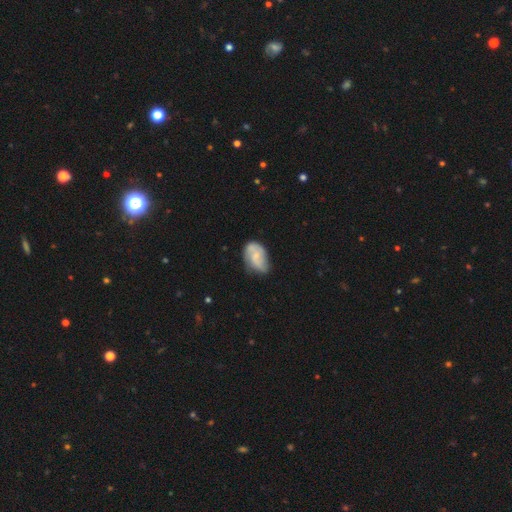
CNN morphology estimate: smooth-or-featured: featured or disk: 51% | smooth: 42% | star or artifact: 7%
  disk-edge-on: no: 97% | yes: 3%
  merging: none: 47% | minor disturbance: 36% | major disturbance: 14% | merger: 3%